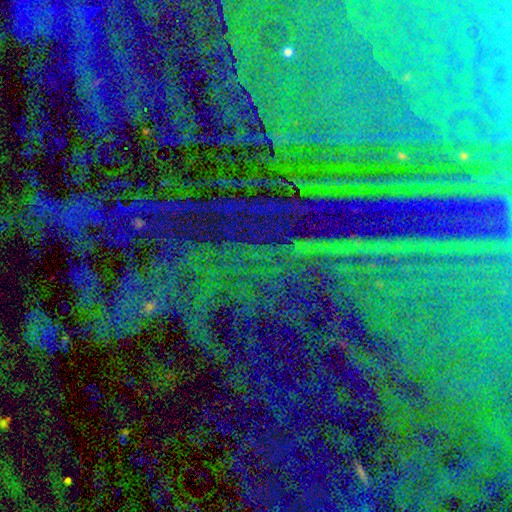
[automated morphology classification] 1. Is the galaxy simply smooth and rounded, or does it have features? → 86% star or artifact, 8% featured or disk, 6% smooth.